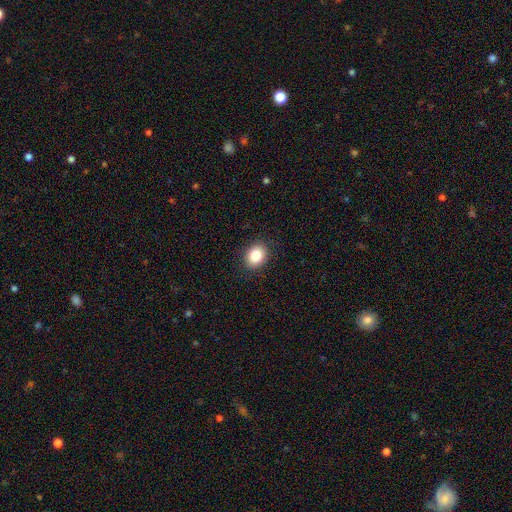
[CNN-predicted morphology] Smooth or featured?
  - smooth: 87% *
  - star or artifact: 9%
  - featured or disk: 5%
How rounded?
  - in between: 52% *
  - round: 47%
  - cigar-shaped: 1%
Merging?
  - none: 89% *
  - minor disturbance: 8%
  - major disturbance: 2%
  - merger: 1%